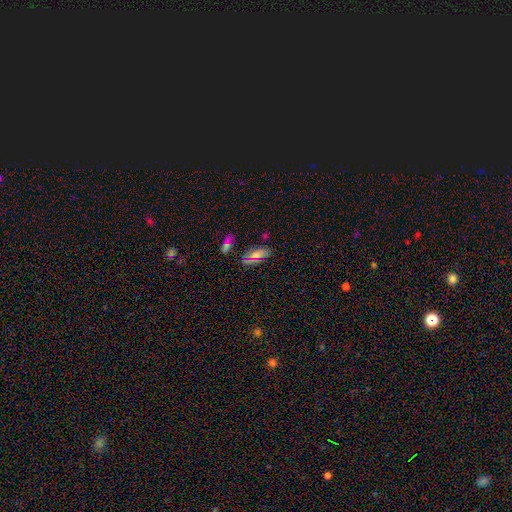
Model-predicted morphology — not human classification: Smooth or featured? smooth (56%)
How rounded? in between (85%)
Merging? none (78%)